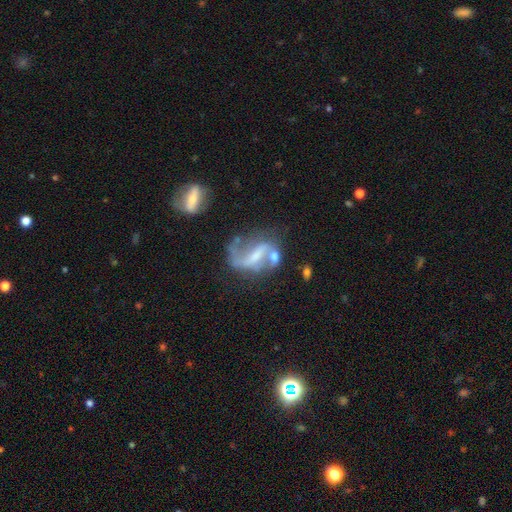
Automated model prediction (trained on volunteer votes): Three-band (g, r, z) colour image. It shows a featured or disk galaxy (79%) with a strong bar (41%), 2 (81%) loose (69%) spiral arms (85%) and a small central bulge (39%). Merging: none (37%).